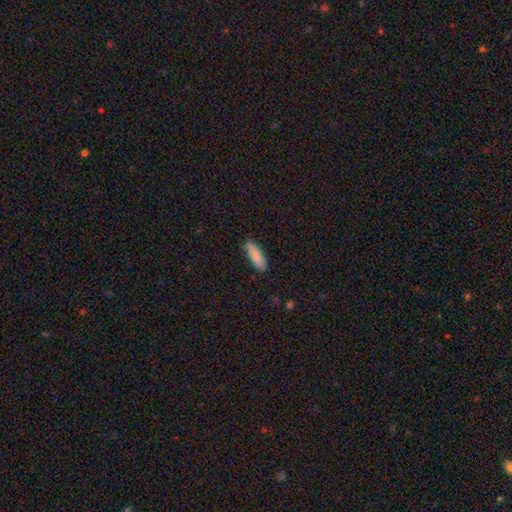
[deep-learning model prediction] smooth_or_featured: smooth (p=0.83) [alt: featured or disk p=0.11]
how_rounded: cigar-shaped (p=0.52) [alt: in between p=0.46]
merging: none (p=0.83) [alt: minor disturbance p=0.14]